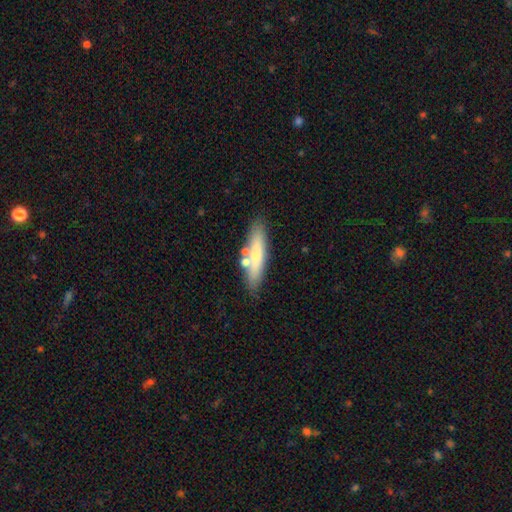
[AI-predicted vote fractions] This is likely a smooth galaxy (62%). How rounded: likely cigar-shaped (73%). Merging: likely none (73%).